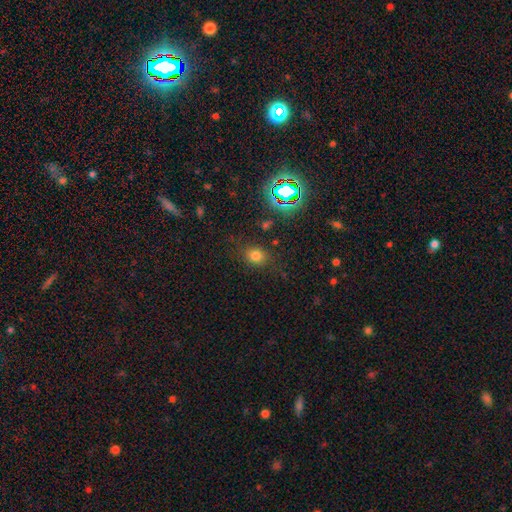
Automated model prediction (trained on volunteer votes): This is likely a smooth galaxy (70%). How rounded: possibly round (60%). Merging: likely none (79%).